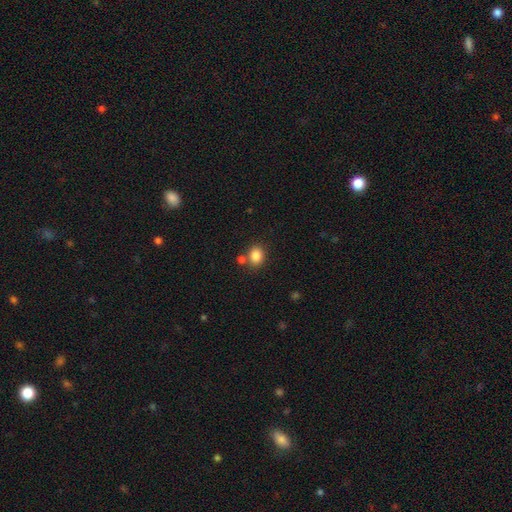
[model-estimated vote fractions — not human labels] This appears to be a smooth galaxy with no disk features (84%) that is round (58%). Merging: none (72%).